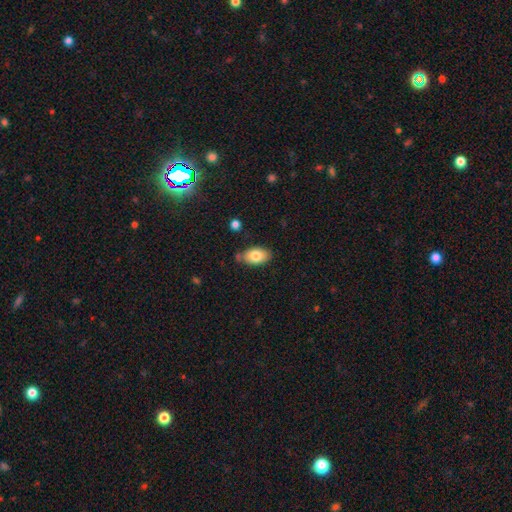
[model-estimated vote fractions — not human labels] smooth_or_featured: smooth (p=0.80) [alt: featured or disk p=0.13]
how_rounded: in between (p=0.92) [alt: round p=0.06]
merging: none (p=0.74) [alt: minor disturbance p=0.18]